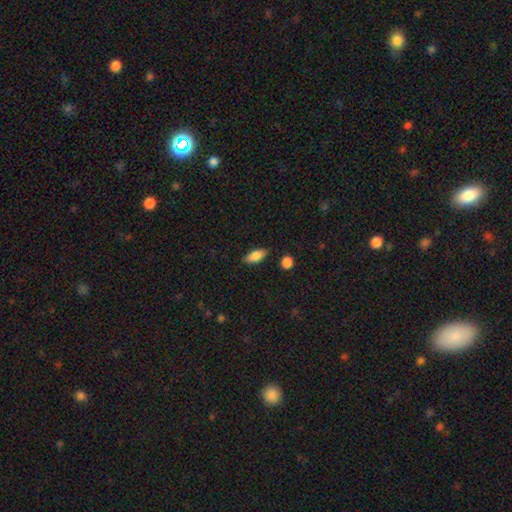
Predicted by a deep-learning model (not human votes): smooth_or_featured: smooth (p=0.81) [alt: featured or disk p=0.12]
how_rounded: in between (p=0.82) [alt: cigar-shaped p=0.15]
merging: none (p=0.83) [alt: minor disturbance p=0.12]